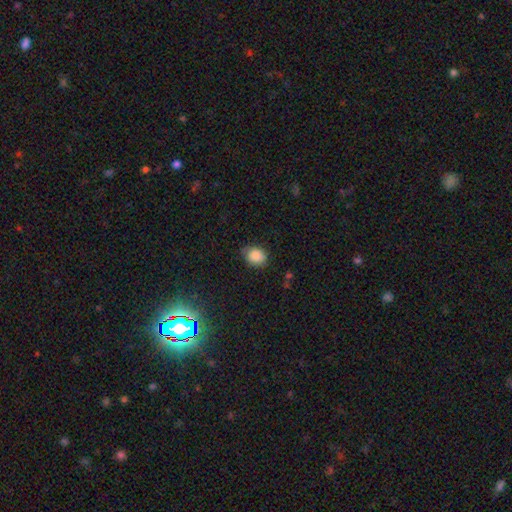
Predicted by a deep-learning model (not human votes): The model was most divided on "how rounded": in between: 52%, round: 47%, cigar-shaped: 1%. More confident: smooth or featured — smooth (85%); merging — none (74%).